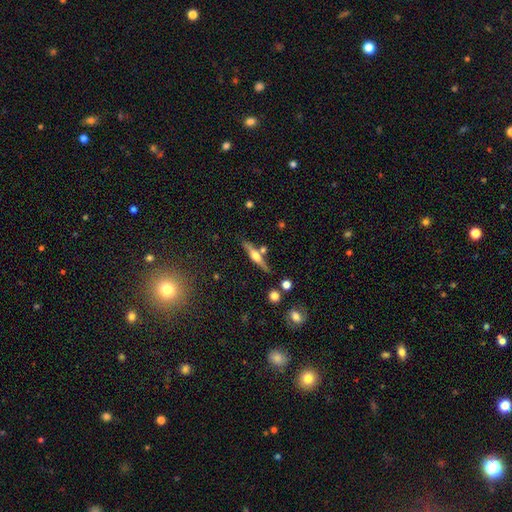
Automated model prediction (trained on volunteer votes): This appears to be a featured or disk galaxy (64%) viewed edge-on (96%) with a rounded central bulge (90%). Merging: none (75%).